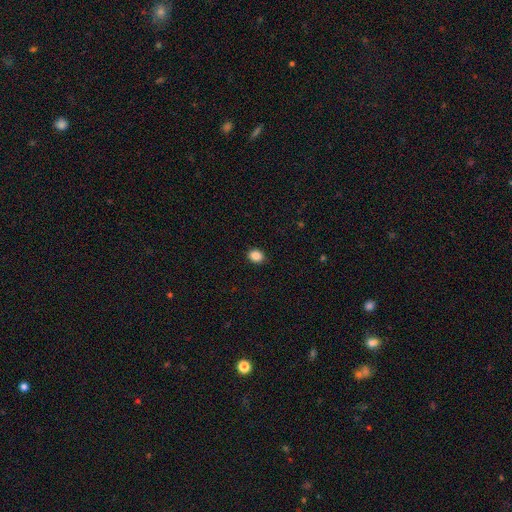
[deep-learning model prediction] smooth-or-featured: smooth: 87% | star or artifact: 9% | featured or disk: 4%
  how-rounded: round: 55% | in between: 44% | cigar-shaped: 1%
  merging: none: 89% | minor disturbance: 8% | major disturbance: 2% | merger: 1%